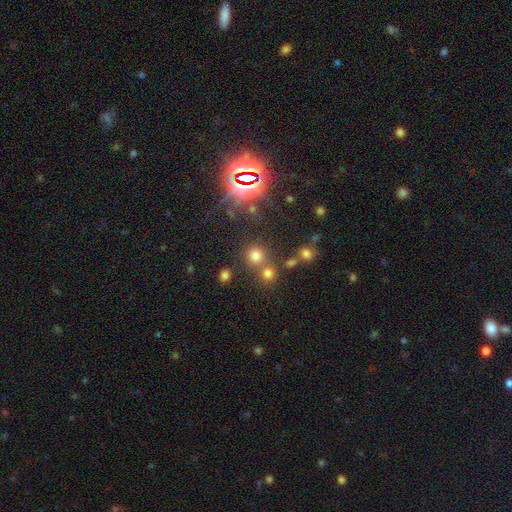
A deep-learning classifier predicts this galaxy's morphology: smooth_or_featured: smooth (p=0.69) [alt: star or artifact p=0.24]
how_rounded: round (p=0.90) [alt: in between p=0.09]
merging: none (p=0.67) [alt: merger p=0.22]